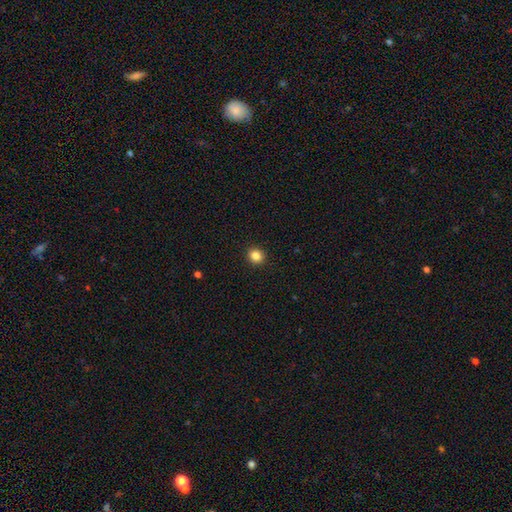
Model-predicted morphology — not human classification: Smooth or featured: smooth — 84% (star or artifact — 12%)
How rounded: round — 88% (in between — 11%)
Merging: none — 93% (minor disturbance — 5%)